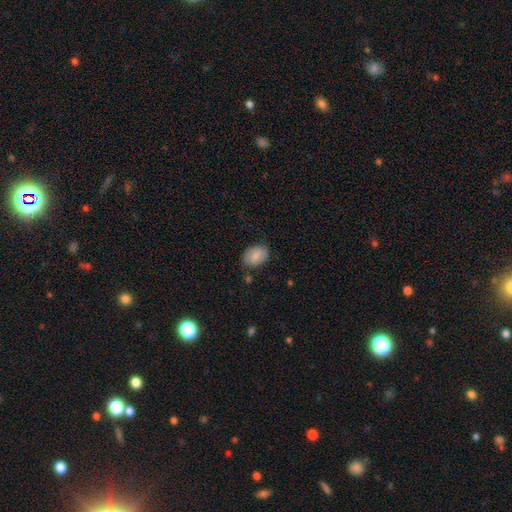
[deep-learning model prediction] The model was most divided on "how rounded": in between: 80%, round: 19%, cigar-shaped: 1%. More confident: merging — none (81%); smooth or featured — smooth (80%).